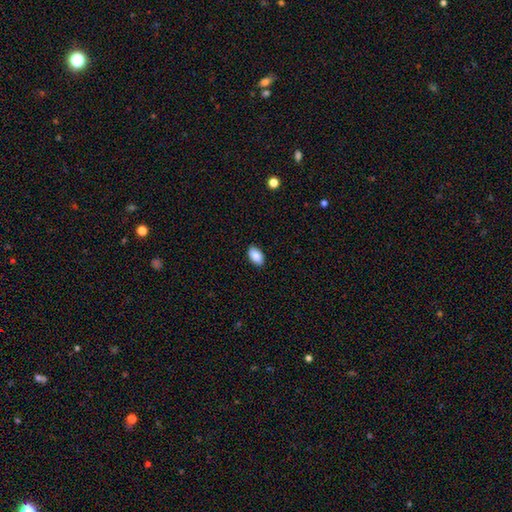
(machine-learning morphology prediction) Overall: smooth (89%). How rounded: in between (94%). Merging: none (90%).